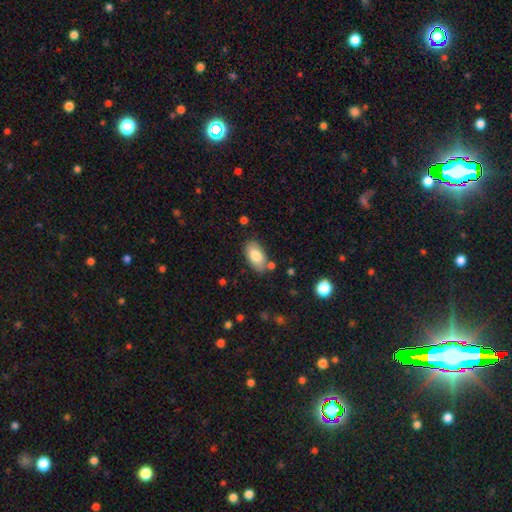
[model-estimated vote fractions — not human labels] Smooth or featured: smooth — 81% (featured or disk — 12%)
How rounded: in between — 94% (round — 3%)
Merging: none — 78% (minor disturbance — 14%)